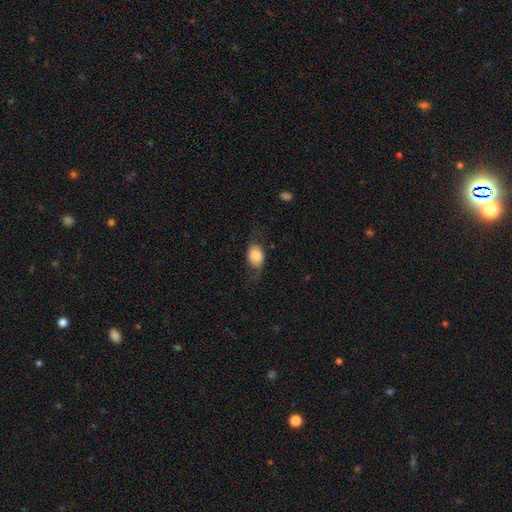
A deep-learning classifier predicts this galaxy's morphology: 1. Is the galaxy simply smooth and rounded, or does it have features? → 74% smooth, 19% featured or disk, 7% star or artifact.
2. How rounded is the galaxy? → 74% in between, 24% round, 2% cigar-shaped.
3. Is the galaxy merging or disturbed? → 51% none, 28% minor disturbance, 19% major disturbance, 2% merger.